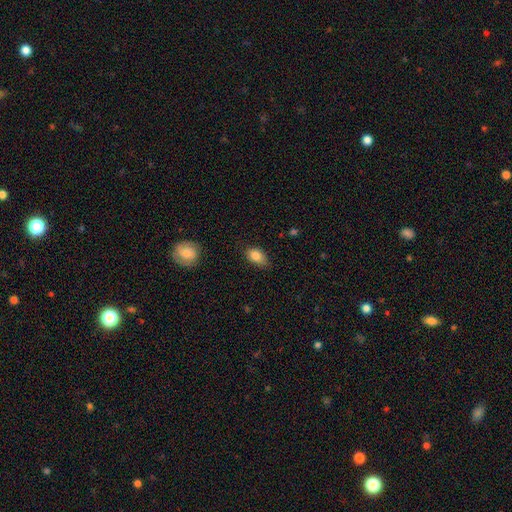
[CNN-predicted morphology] A smooth galaxy with no disk features (84%) that is in between round and cigar-shaped (84%). Merging: none (72%).